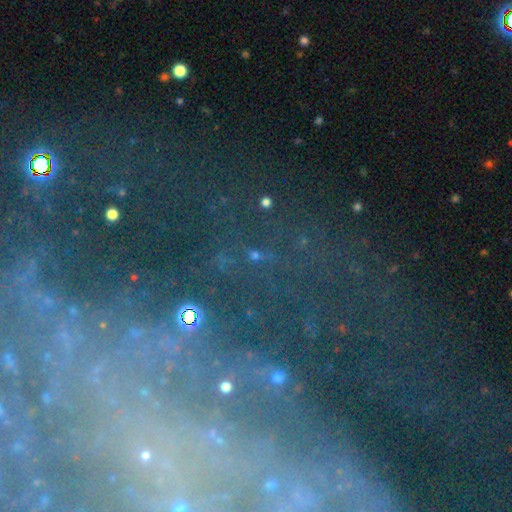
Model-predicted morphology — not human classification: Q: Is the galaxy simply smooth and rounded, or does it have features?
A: star or artifact — 52%.